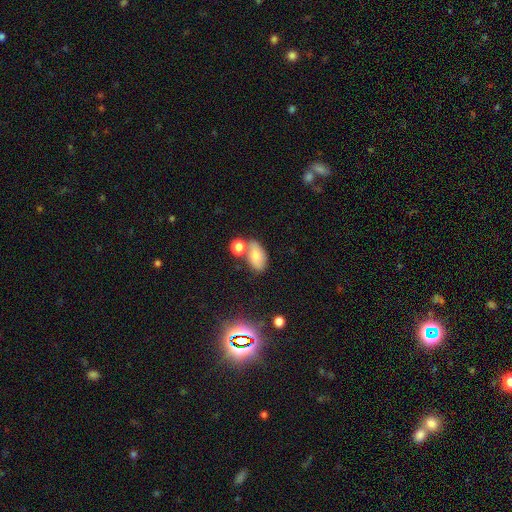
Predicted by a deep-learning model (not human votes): This is likely a smooth galaxy (73%). How rounded: clearly in between (88%). Merging: possibly none (50%).